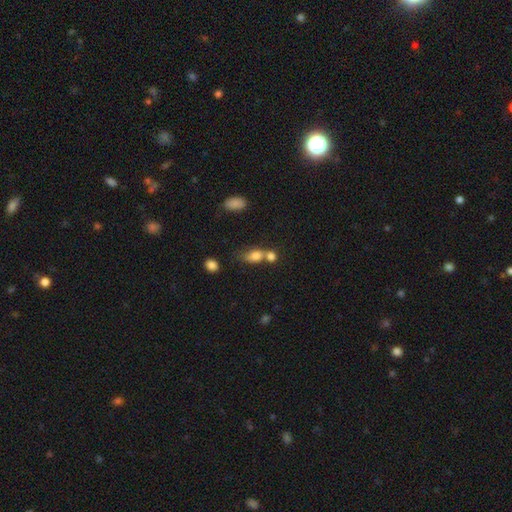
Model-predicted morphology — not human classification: This is likely a smooth galaxy (78%). How rounded: likely in between (72%). Merging: possibly merger (50%).